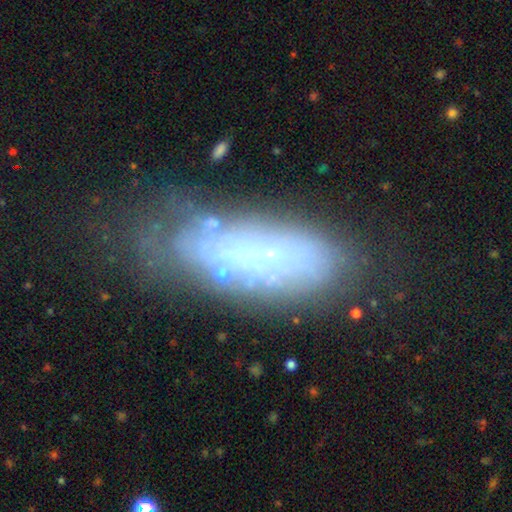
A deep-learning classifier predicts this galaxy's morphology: Smooth or featured?
  - featured or disk: 49% *
  - smooth: 39%
  - star or artifact: 12%
Merging?
  - none: 52% *
  - minor disturbance: 25%
  - major disturbance: 18%
  - merger: 6%